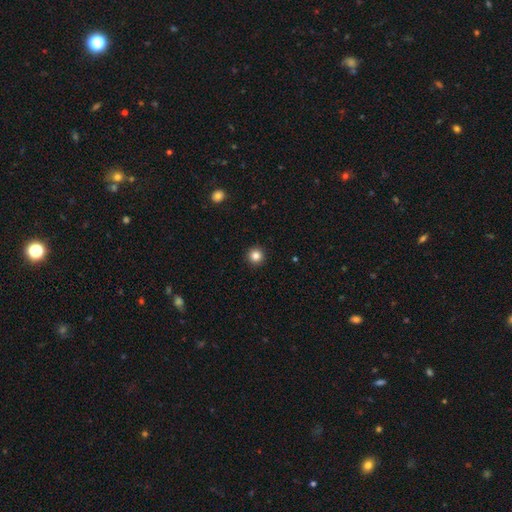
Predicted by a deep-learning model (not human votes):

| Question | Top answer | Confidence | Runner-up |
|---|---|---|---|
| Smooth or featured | smooth | 84% | star or artifact (11%) |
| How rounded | round | 96% | in between (3%) |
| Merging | none | 93% | minor disturbance (4%) |